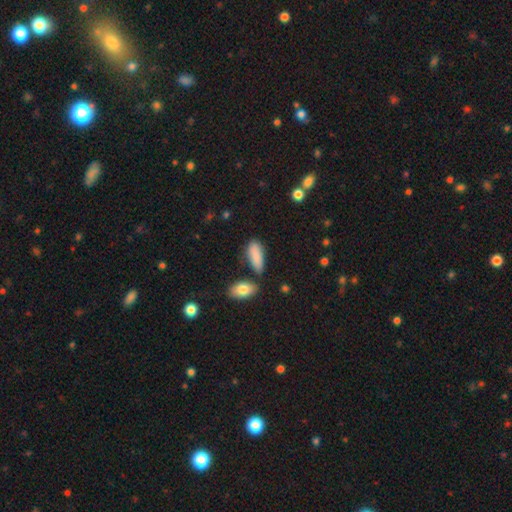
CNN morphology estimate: A smooth galaxy with no disk features (87%) that is in between round and cigar-shaped (75%). Merging: none (66%).